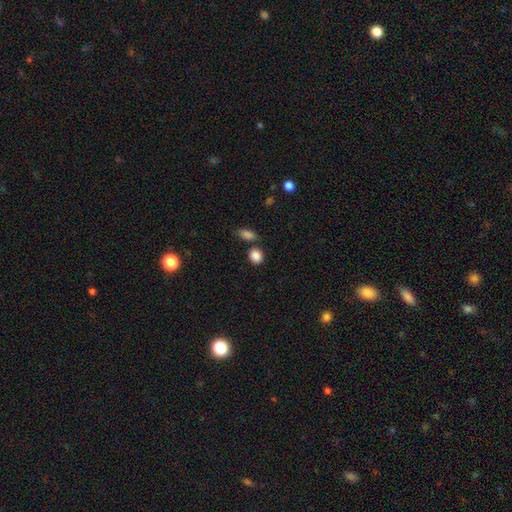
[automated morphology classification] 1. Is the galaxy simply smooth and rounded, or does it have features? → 87% smooth, 9% star or artifact, 4% featured or disk.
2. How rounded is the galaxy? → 55% round, 43% in between, 2% cigar-shaped.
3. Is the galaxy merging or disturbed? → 71% none, 13% merger, 13% minor disturbance, 4% major disturbance.